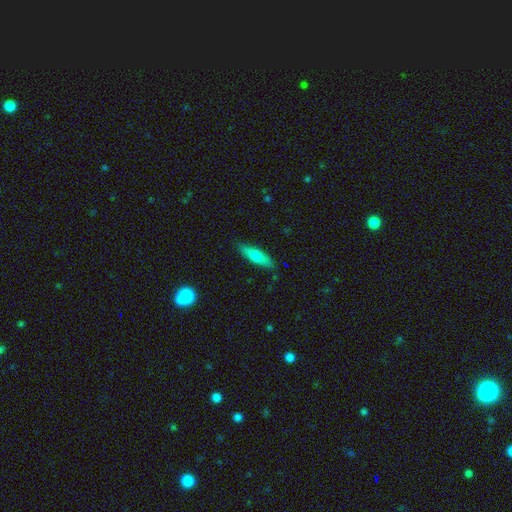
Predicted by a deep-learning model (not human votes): This appears to be a smooth galaxy with no disk features (66%) that is cigar-shaped (66%). Merging: none (86%).